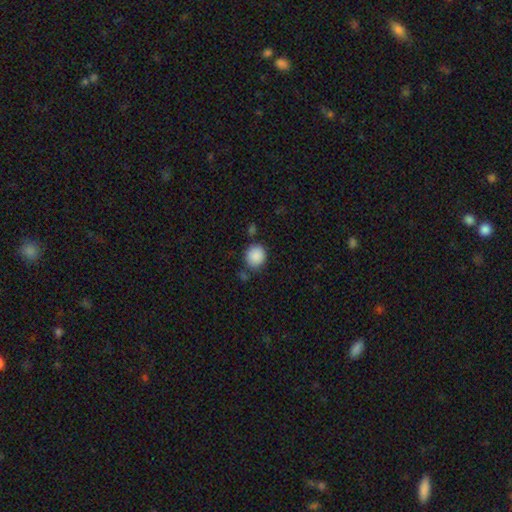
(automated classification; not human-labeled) This appears to be a smooth galaxy with no disk features (89%) that is round (80%). Merging: none (75%).